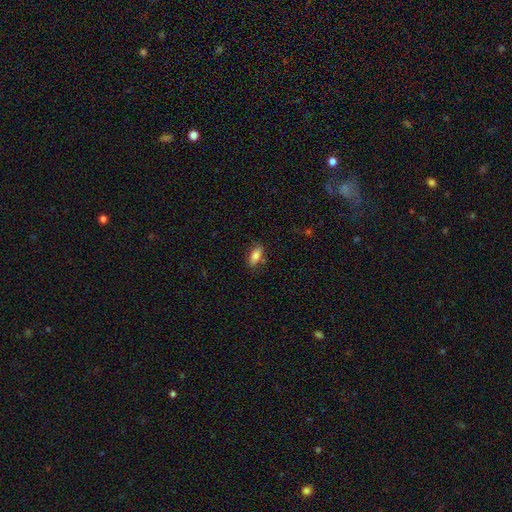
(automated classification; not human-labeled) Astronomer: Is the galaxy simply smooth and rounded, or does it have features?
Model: smooth — 78%.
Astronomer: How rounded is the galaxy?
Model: in between — 83%.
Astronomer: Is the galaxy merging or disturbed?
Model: none — 76%.